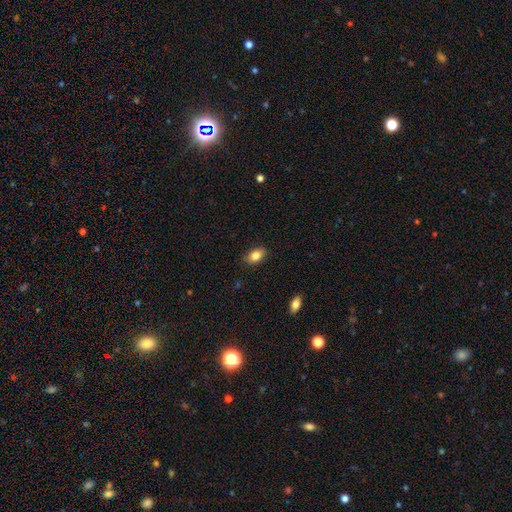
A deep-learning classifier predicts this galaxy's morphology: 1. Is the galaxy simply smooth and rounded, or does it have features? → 84% smooth, 8% featured or disk, 8% star or artifact.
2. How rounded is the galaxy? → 88% in between, 10% round, 2% cigar-shaped.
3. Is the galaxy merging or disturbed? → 85% none, 11% minor disturbance, 2% major disturbance, 1% merger.